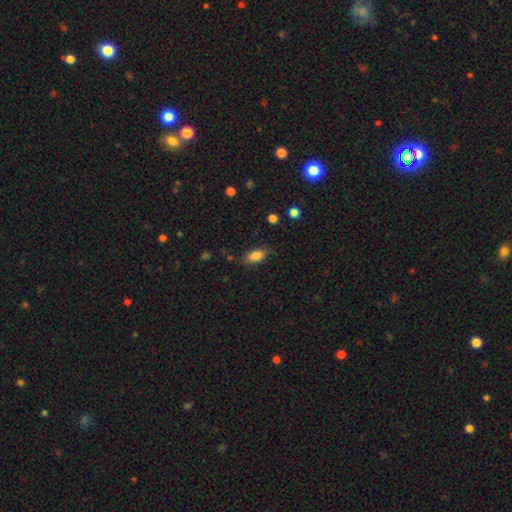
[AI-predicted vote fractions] smooth_or_featured: smooth (p=0.84) [alt: star or artifact p=0.08]
how_rounded: in between (p=0.87) [alt: cigar-shaped p=0.09]
merging: none (p=0.82) [alt: minor disturbance p=0.13]